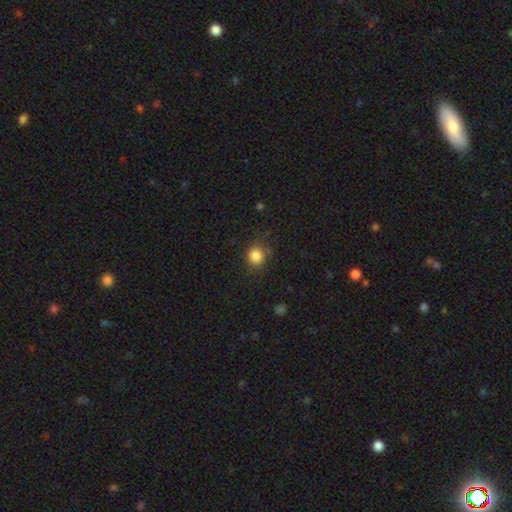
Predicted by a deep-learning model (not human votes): A smooth galaxy with no disk features (84%) that is round (83%). Merging: none (78%).